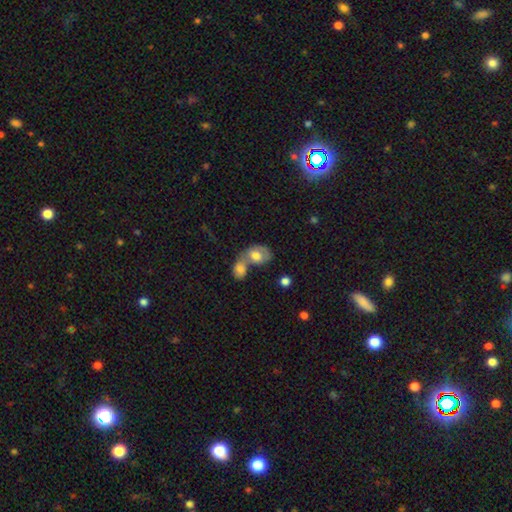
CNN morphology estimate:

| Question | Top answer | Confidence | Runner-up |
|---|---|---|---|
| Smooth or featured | smooth | 65% | featured or disk (28%) |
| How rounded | in between | 68% | round (30%) |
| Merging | merger | 68% | none (17%) |